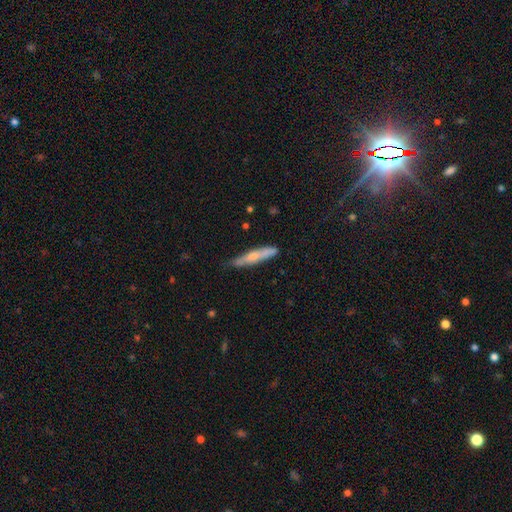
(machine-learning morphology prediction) A smooth galaxy with no disk features (49%). Merging: none (77%).